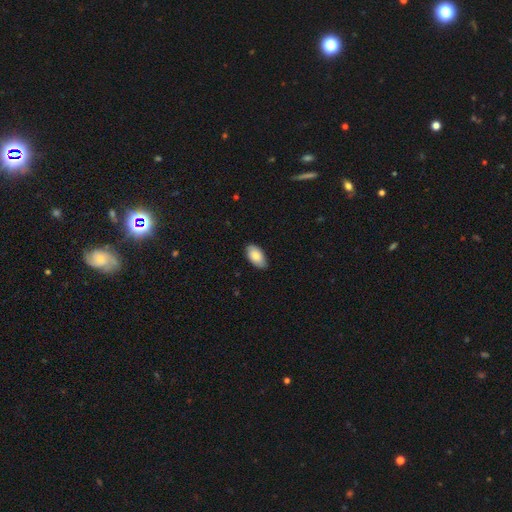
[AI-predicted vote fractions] Overall: smooth (79%). How rounded: in between (95%). Merging: none (81%).